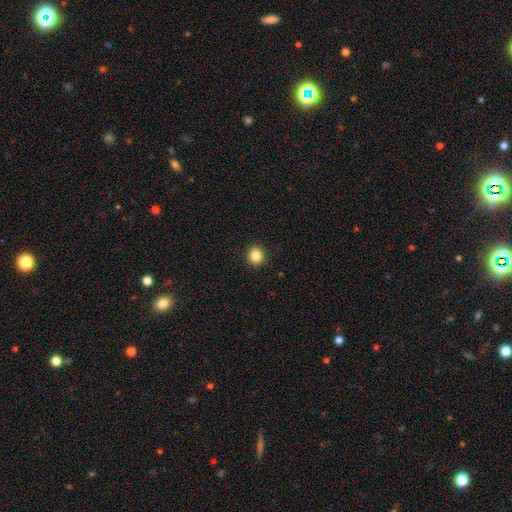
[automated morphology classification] Smooth or featured? Predicted: smooth (p=0.85). How rounded? Predicted: round (p=0.77). Merging? Predicted: none (p=0.92).